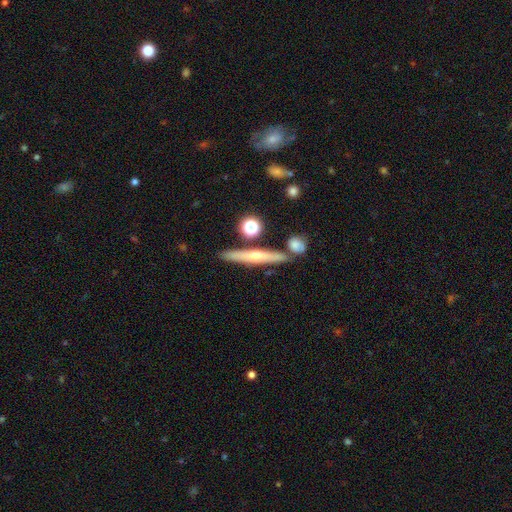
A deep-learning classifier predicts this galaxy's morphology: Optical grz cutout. It shows a featured or disk galaxy (57%) viewed edge-on (94%) with a rounded central bulge (73%). Merging: none (82%).